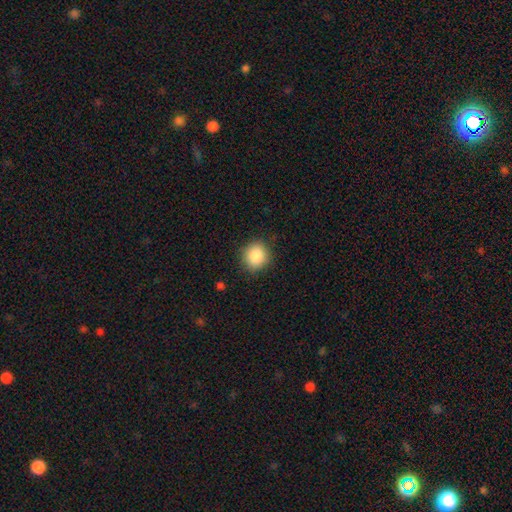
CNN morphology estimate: type=smooth (86%); roundness=round (87%); merging=none (88%).